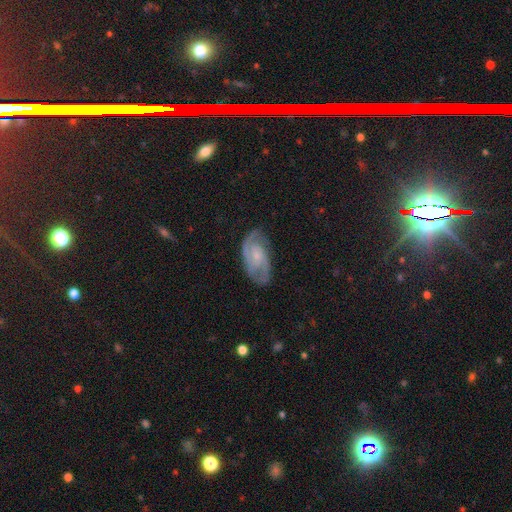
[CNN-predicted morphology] A featured or disk galaxy (82%) with no bar (56%), 2 (78%) medium (45%, tied with tight) spiral arms (96%) and a small central bulge (57%). Merging: none (77%).